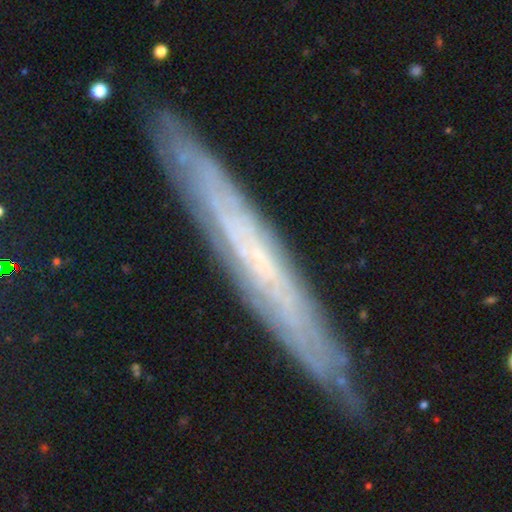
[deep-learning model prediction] smooth-or-featured: featured or disk: 65% | smooth: 22% | star or artifact: 13%
  disk-edge-on: yes: 81% | no: 19%
    edge-on-bulge: none: 80% | rounded: 15% | boxy: 4%
  merging: none: 87% | minor disturbance: 10% | major disturbance: 2% | merger: 1%